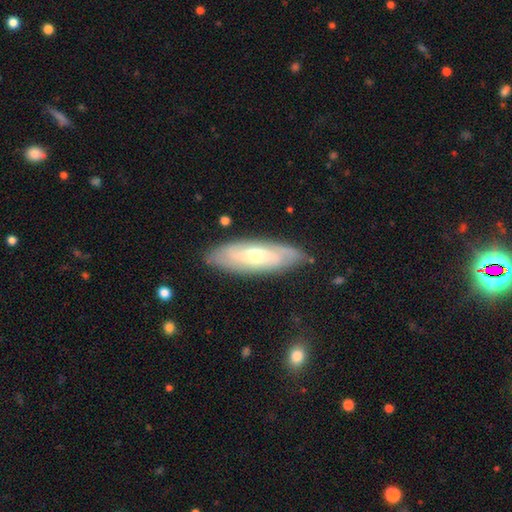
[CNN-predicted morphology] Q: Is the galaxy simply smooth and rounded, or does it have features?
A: featured or disk — 66%.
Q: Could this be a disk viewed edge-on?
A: no — 74%.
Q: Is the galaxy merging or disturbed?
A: none — 82%.